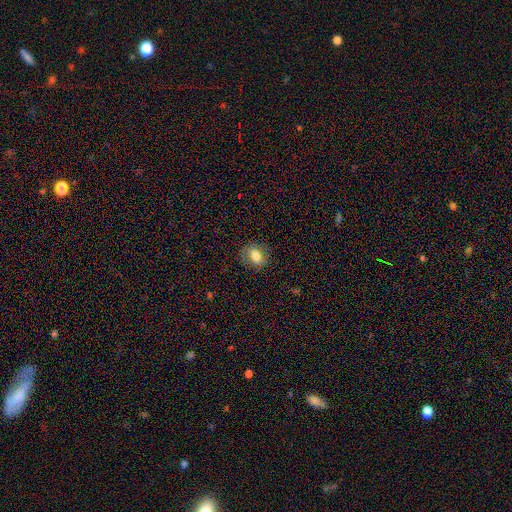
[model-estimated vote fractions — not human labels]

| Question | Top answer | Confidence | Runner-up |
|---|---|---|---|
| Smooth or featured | smooth | 76% | featured or disk (15%) |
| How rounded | in between | 63% | round (35%) |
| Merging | none | 77% | minor disturbance (16%) |